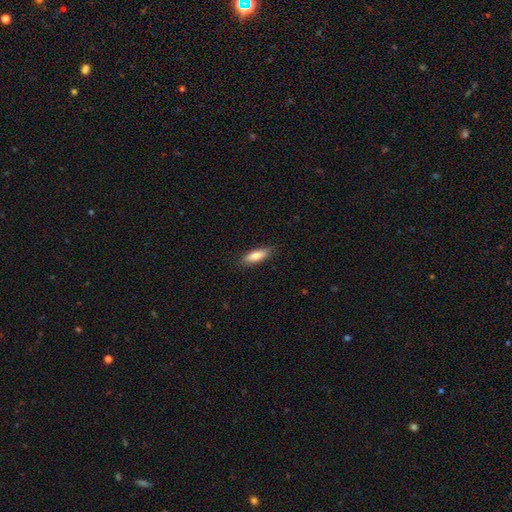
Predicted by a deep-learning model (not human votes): The model was most divided on "how rounded": in between: 53%, cigar-shaped: 45%, round: 2%. More confident: merging — none (85%); smooth or featured — smooth (81%).